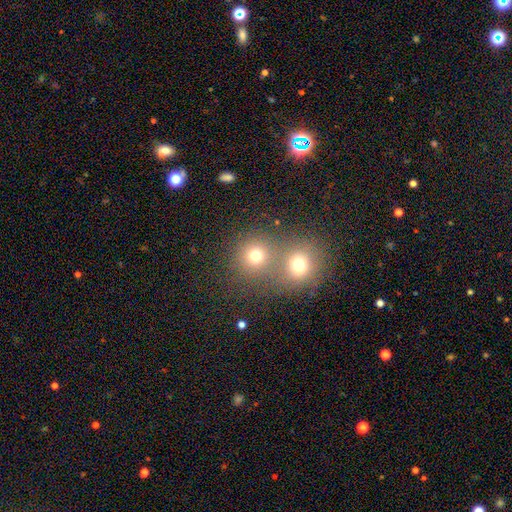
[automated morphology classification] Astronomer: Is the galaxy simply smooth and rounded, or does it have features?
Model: smooth — 74%.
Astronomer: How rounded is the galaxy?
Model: round — 87%.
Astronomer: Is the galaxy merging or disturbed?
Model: merger — 47% (runner-up: none, 45%).